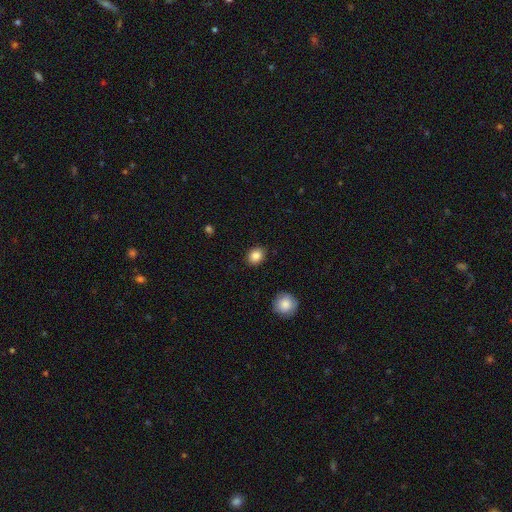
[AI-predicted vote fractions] A smooth galaxy with no disk features (86%) that is round (60%).

Vote fractions:
- Smooth or featured? smooth: 86% / star or artifact: 9% / featured or disk: 5%
- How rounded? round: 60% / in between: 39% / cigar-shaped: 1%
- Merging? none: 90% / minor disturbance: 7% / major disturbance: 2% / merger: 1%